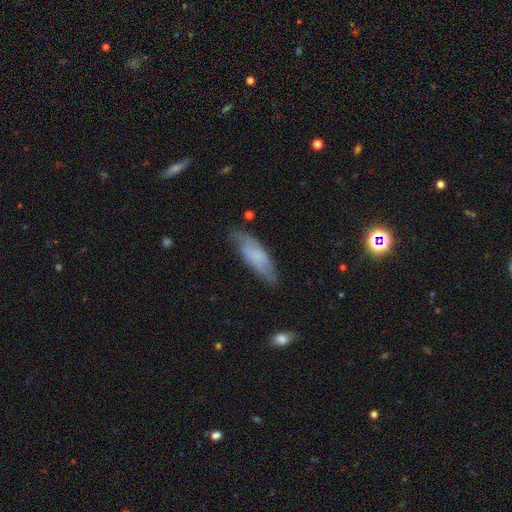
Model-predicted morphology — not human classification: This appears to be a smooth galaxy with no disk features (52%) that is in between round and cigar-shaped (52%). Merging: none (69%).